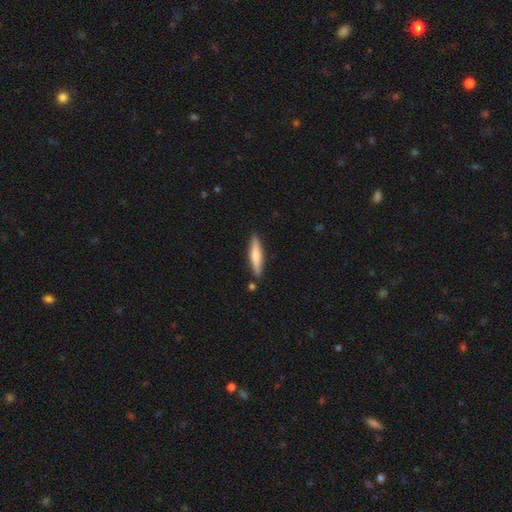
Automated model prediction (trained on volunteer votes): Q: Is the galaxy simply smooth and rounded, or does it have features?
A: smooth — 64%.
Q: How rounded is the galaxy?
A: cigar-shaped — 85%.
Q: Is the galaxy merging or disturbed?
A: none — 85%.